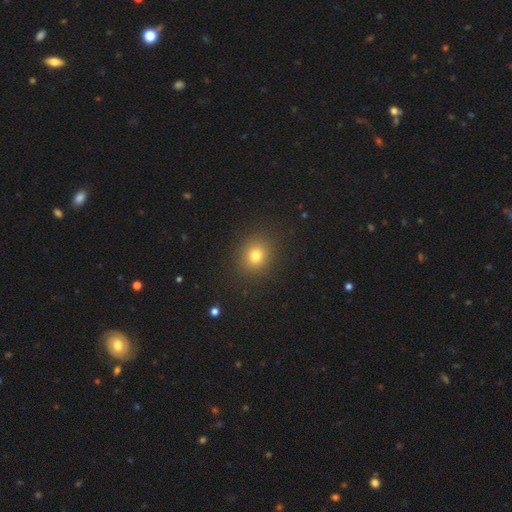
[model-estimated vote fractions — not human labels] smooth_or_featured: smooth (p=0.78) [alt: star or artifact p=0.15]
how_rounded: round (p=0.74) [alt: in between p=0.25]
merging: none (p=0.89) [alt: minor disturbance p=0.07]